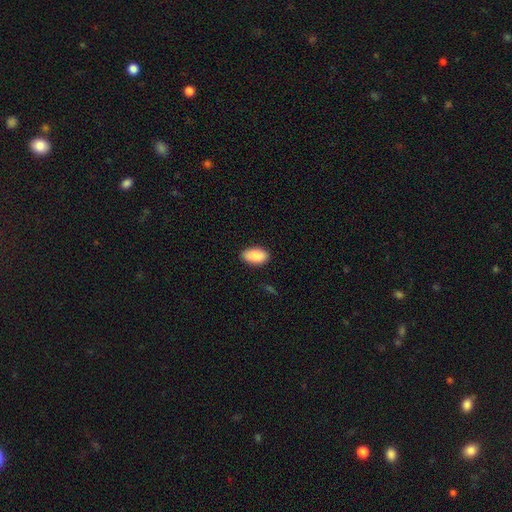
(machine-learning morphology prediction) This appears to be a smooth galaxy with no disk features (90%) that is in between round and cigar-shaped (94%). Merging: none (86%).